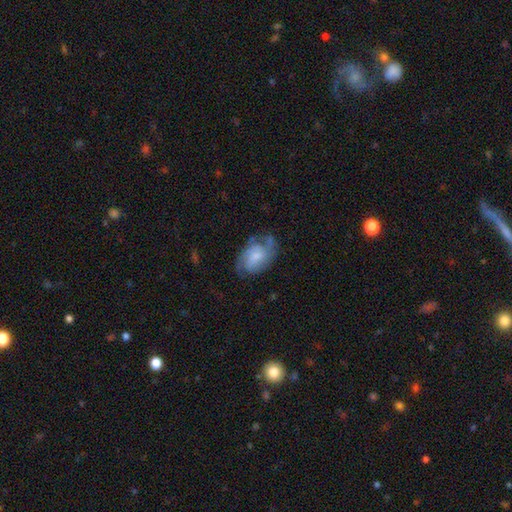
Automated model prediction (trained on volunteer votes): Smooth or featured? Predicted: featured or disk (p=0.63). Edge-on disk? Predicted: no (p=0.97). Bar? Predicted: no (p=0.57). Spiral arms? Predicted: yes (p=0.88). Spiral winding? Predicted: medium (p=0.45). Spiral arm count? Predicted: 2 (p=0.50). Bulge size? Predicted: small (p=0.35). Merging? Predicted: none (p=0.60).